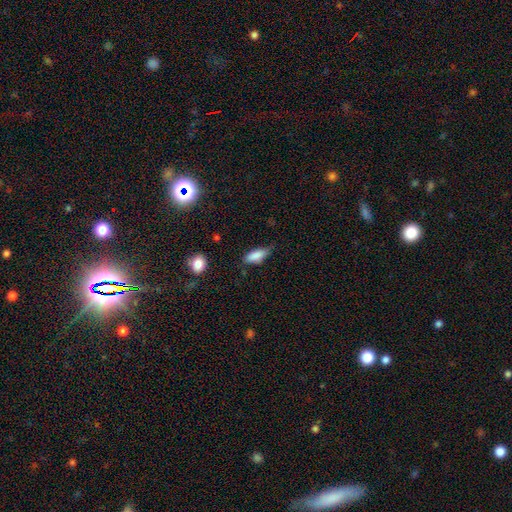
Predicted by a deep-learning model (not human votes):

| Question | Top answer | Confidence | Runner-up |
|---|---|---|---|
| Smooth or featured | smooth | 83% | featured or disk (9%) |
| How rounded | in between | 73% | cigar-shaped (25%) |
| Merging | none | 59% | minor disturbance (32%) |